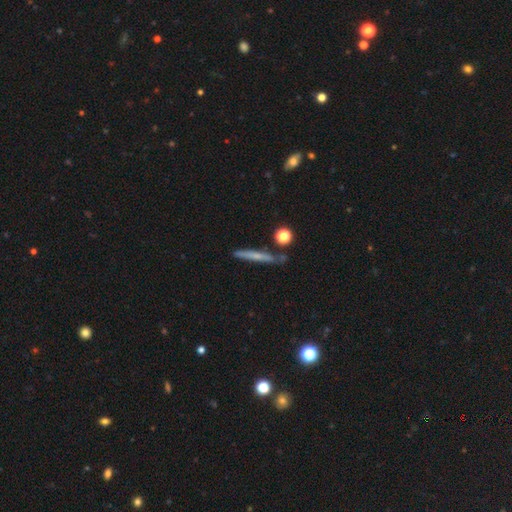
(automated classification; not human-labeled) A smooth galaxy with no disk features (51%) that is cigar-shaped (93%).

Vote fractions:
- Smooth or featured? smooth: 51% / featured or disk: 40% / star or artifact: 8%
- How rounded? cigar-shaped: 93% / in between: 4% / round: 3%
- Merging? none: 80% / minor disturbance: 12% / merger: 5% / major disturbance: 3%